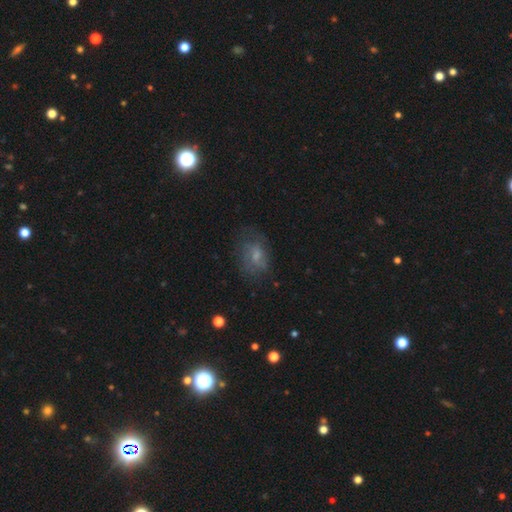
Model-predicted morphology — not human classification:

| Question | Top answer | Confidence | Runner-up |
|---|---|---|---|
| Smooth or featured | smooth | 50% | featured or disk (37%) |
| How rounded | in between | 73% | round (25%) |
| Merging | none | 59% | minor disturbance (23%) |